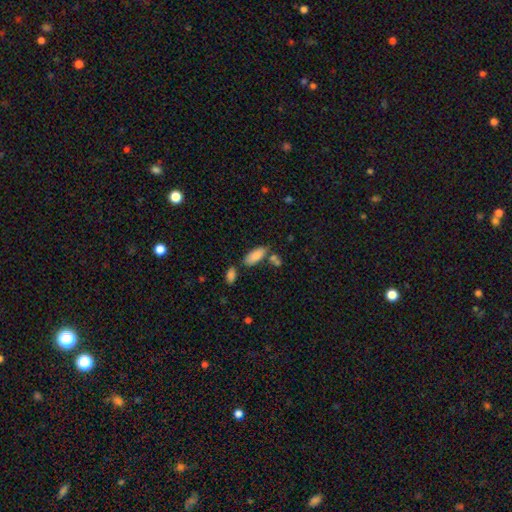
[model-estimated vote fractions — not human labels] This appears to be a smooth galaxy with no disk features (85%) that is in between round and cigar-shaped (83%). Merging: none (64%).